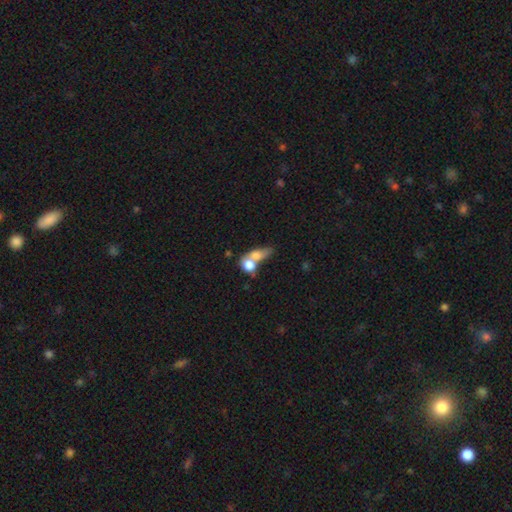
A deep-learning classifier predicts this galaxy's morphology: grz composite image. It shows a smooth galaxy with no disk features (72%) that is in between round and cigar-shaped (56%). Merging: merger (68%).